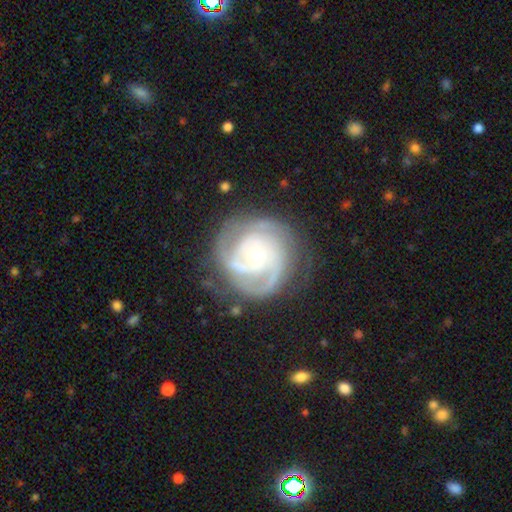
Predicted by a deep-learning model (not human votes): This appears to be a featured or disk galaxy (88%) with no bar (70%), 2 (36%) tight (65%) spiral arms (96%) and a small central bulge (48%). Merging: none (73%).